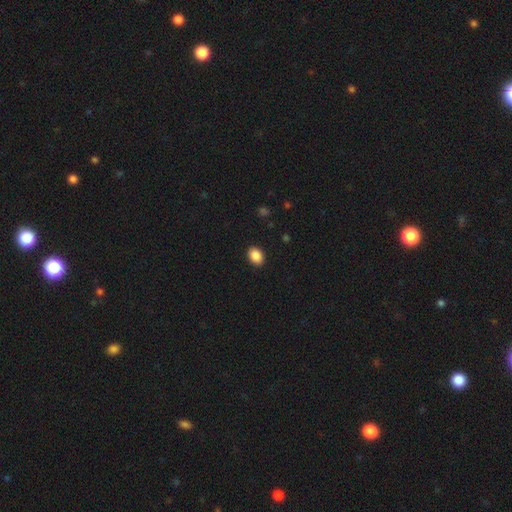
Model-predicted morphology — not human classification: The model was most divided on "how rounded": in between: 73%, round: 26%, cigar-shaped: 1%. More confident: merging — none (91%); smooth or featured — smooth (89%).